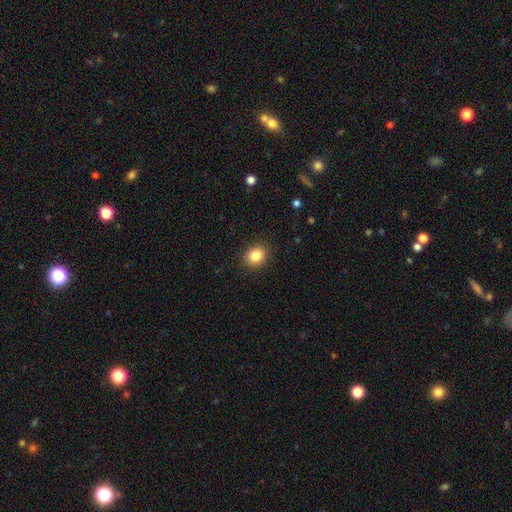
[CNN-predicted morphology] The model was most divided on "how rounded": round: 73%, in between: 27%, cigar-shaped: 1%. More confident: merging — none (90%); smooth or featured — smooth (85%).